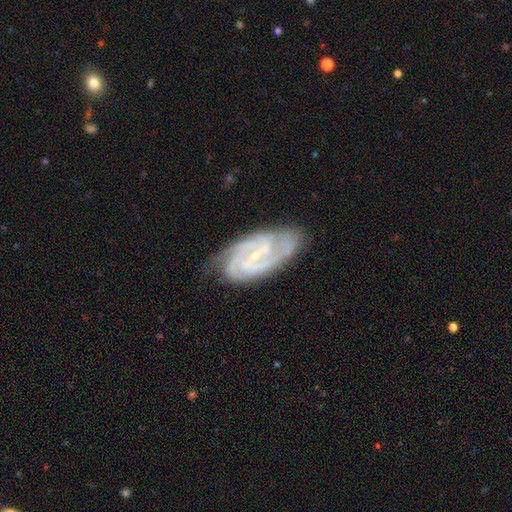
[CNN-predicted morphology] This appears to be a featured or disk galaxy (89%) with no bar (43%), 2 (45%) tight (57%) spiral arms (98%) and a small central bulge (79%). Merging: none (74%).